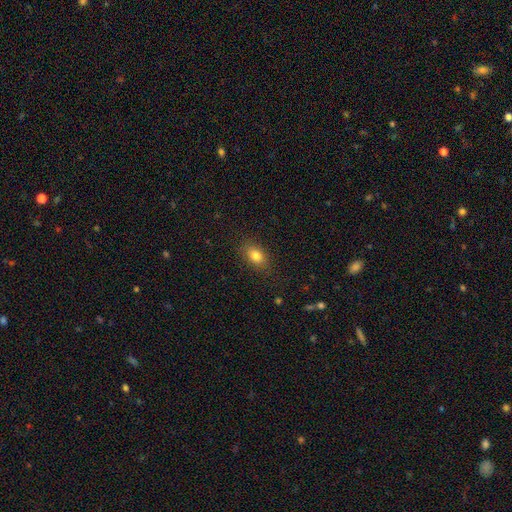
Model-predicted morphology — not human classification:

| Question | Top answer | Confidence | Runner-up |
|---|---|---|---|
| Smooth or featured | smooth | 82% | star or artifact (9%) |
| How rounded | in between | 82% | round (16%) |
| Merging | none | 84% | minor disturbance (11%) |